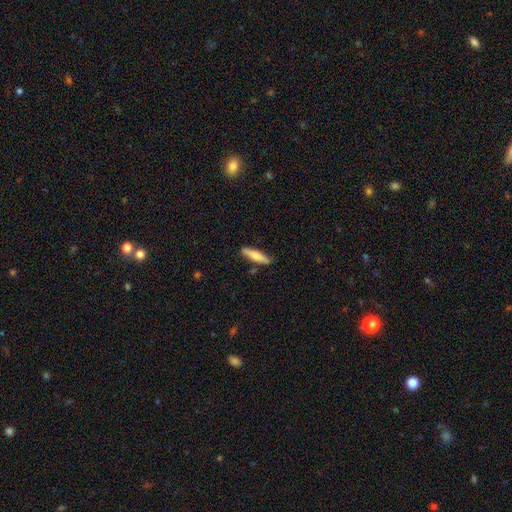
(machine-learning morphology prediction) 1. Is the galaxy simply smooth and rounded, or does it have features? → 64% smooth, 31% featured or disk, 5% star or artifact.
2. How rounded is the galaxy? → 77% cigar-shaped, 21% in between, 2% round.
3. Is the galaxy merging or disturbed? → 86% none, 10% minor disturbance, 2% merger, 2% major disturbance.